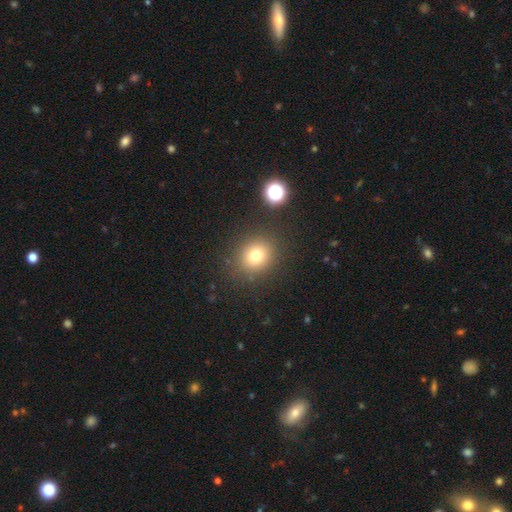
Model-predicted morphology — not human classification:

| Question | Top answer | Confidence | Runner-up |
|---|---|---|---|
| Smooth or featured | smooth | 76% | star or artifact (15%) |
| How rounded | round | 78% | in between (21%) |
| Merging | none | 85% | minor disturbance (8%) |